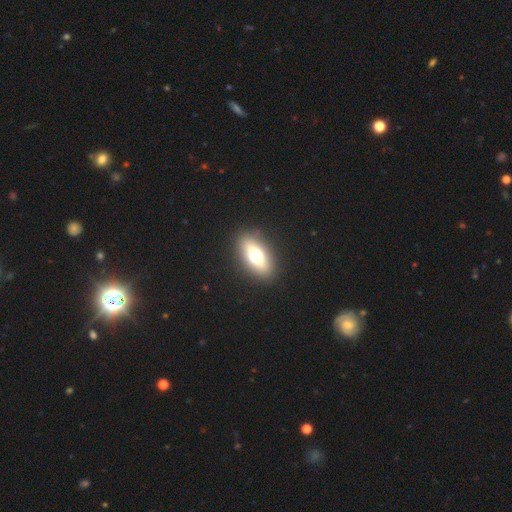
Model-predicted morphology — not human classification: Smooth or featured? Predicted: smooth (p=0.62). How rounded? Predicted: in between (p=0.78). Merging? Predicted: none (p=0.89).